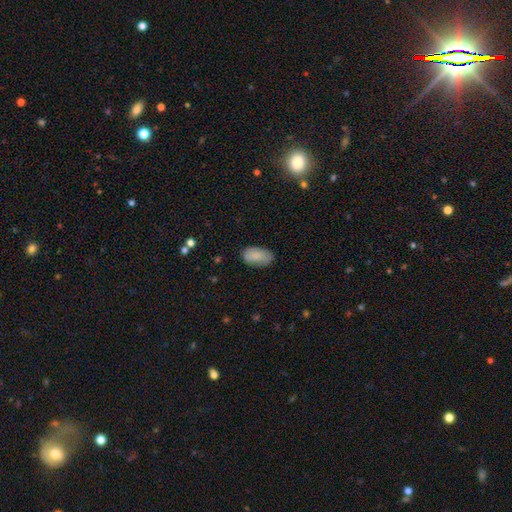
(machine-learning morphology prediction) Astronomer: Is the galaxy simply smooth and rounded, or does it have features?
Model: smooth — 85%.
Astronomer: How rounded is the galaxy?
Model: in between — 94%.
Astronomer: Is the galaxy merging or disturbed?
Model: none — 78%.